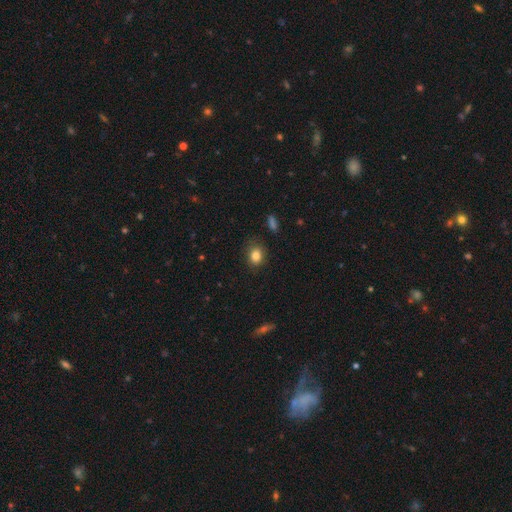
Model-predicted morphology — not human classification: Q: Smooth or featured?
A: smooth (83%); runner-up: star or artifact (10%)
Q: How rounded?
A: round (51%); runner-up: in between (48%)
Q: Merging?
A: none (82%); runner-up: minor disturbance (13%)